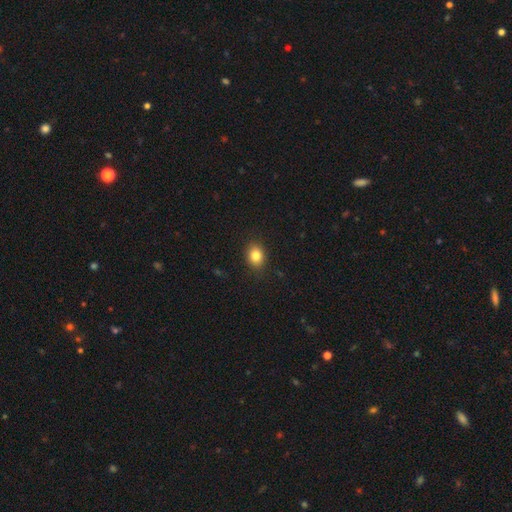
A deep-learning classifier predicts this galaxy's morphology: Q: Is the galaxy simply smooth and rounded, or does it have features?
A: smooth — 83%.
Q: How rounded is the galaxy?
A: in between — 51%.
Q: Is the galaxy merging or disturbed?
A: none — 88%.